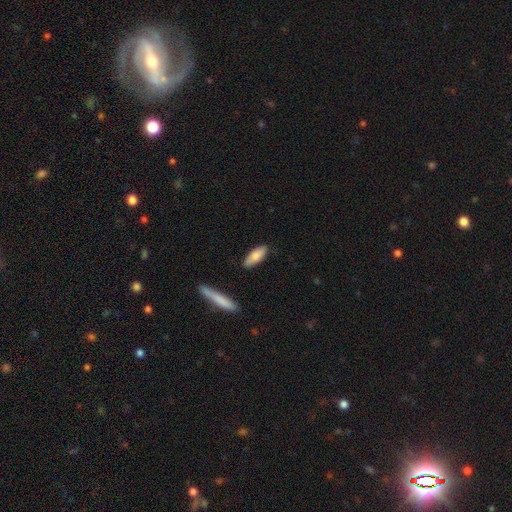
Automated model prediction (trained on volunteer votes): A smooth galaxy with no disk features (80%) that is in between round and cigar-shaped (68%).

Vote fractions:
- Smooth or featured? smooth: 80% / featured or disk: 15% / star or artifact: 6%
- How rounded? in between: 68% / cigar-shaped: 30% / round: 2%
- Merging? none: 85% / minor disturbance: 11% / merger: 2% / major disturbance: 2%